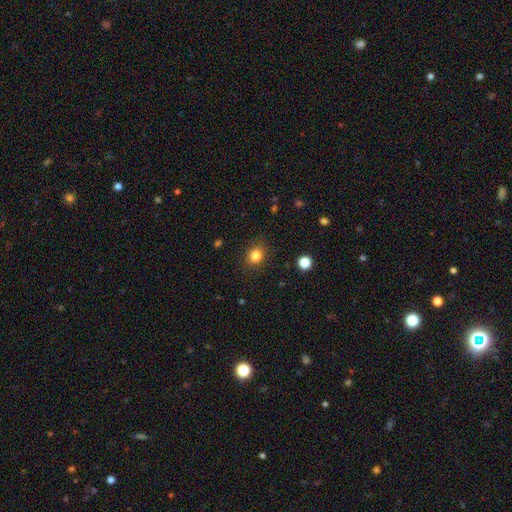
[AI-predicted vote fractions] Q: Smooth or featured?
A: smooth (83%); runner-up: star or artifact (11%)
Q: How rounded?
A: round (59%); runner-up: in between (40%)
Q: Merging?
A: none (85%); runner-up: minor disturbance (11%)